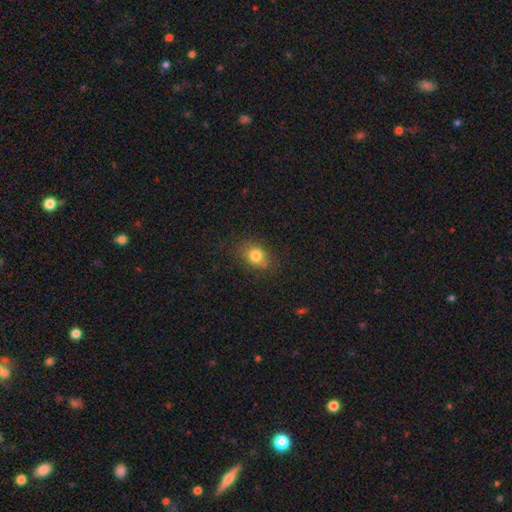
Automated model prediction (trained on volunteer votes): Overall: smooth (81%). How rounded: in between (50%; round 49%). Merging: none (80%).